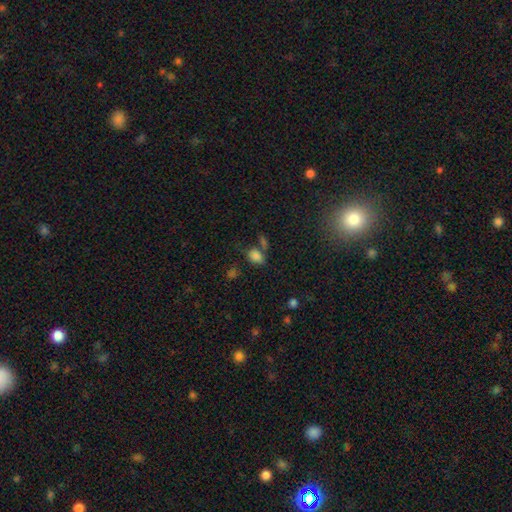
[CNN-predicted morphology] Smooth or featured? smooth (80%)
How rounded? in between (85%)
Merging? none (52%)